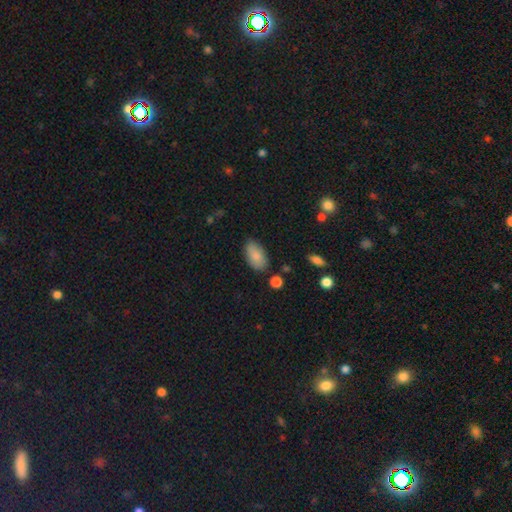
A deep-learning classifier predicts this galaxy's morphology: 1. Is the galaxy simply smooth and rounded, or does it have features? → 85% smooth, 8% featured or disk, 7% star or artifact.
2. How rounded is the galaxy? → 94% in between, 4% round, 2% cigar-shaped.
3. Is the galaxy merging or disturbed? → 79% none, 15% minor disturbance, 3% major disturbance, 2% merger.